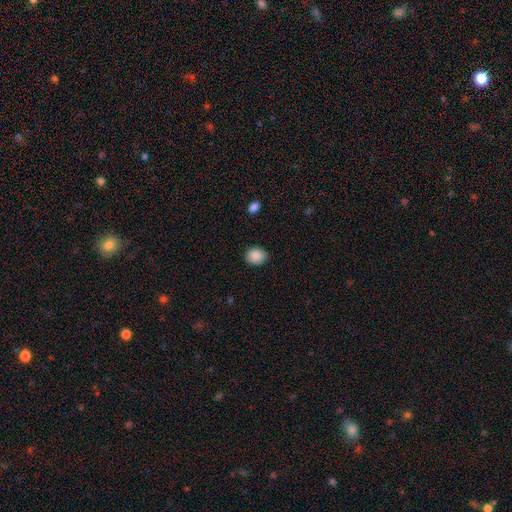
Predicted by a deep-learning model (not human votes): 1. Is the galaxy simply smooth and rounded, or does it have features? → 88% smooth, 8% star or artifact, 4% featured or disk.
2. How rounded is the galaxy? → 70% round, 29% in between, 1% cigar-shaped.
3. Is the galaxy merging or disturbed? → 85% none, 11% minor disturbance, 2% major disturbance, 1% merger.